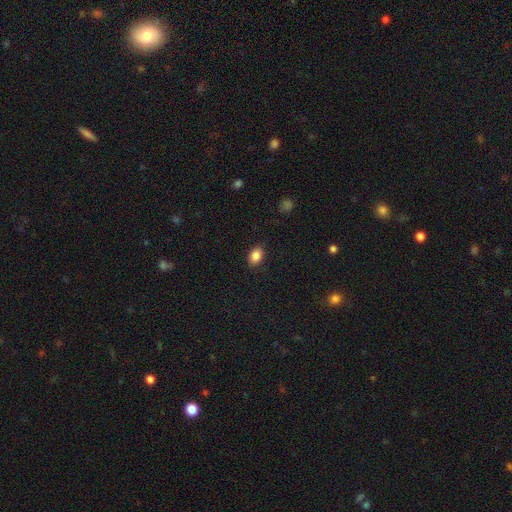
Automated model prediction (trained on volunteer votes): This is clearly a smooth galaxy (86%). How rounded: likely in between (78%). Merging: clearly none (87%).